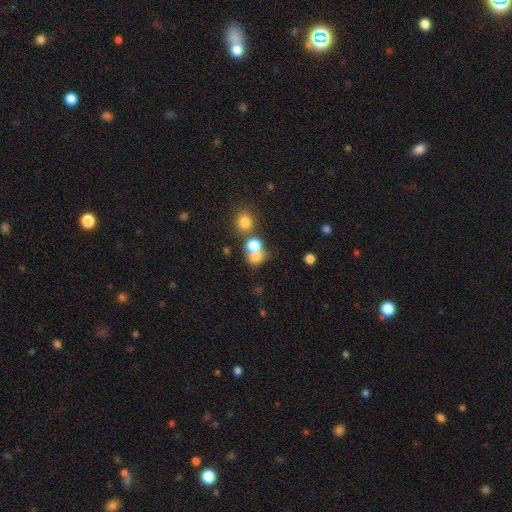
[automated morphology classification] Overall: smooth (72%). How rounded: round (71%). Merging: merger (50%; none 36%).